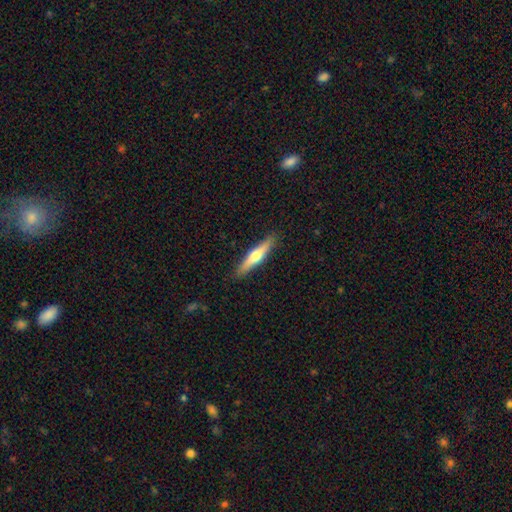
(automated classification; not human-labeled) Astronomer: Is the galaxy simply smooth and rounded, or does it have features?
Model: featured or disk — 52% (runner-up: smooth, 42%).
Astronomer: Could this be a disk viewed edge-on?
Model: yes — 95%.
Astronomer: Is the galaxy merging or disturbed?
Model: none — 90%.